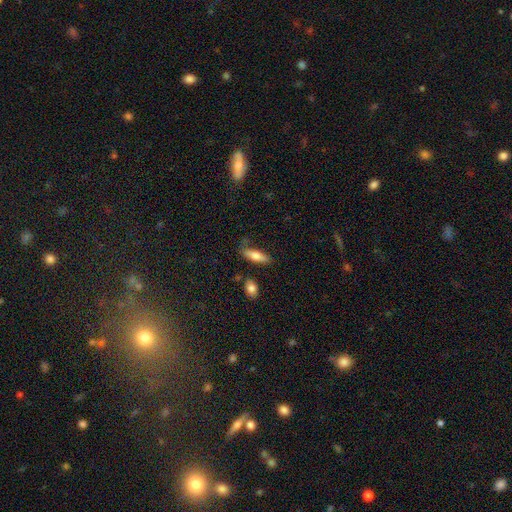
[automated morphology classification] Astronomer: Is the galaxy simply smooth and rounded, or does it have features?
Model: smooth — 74%.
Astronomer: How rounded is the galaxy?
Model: in between — 50% (runner-up: cigar-shaped, 48%).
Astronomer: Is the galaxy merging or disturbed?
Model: none — 70%.